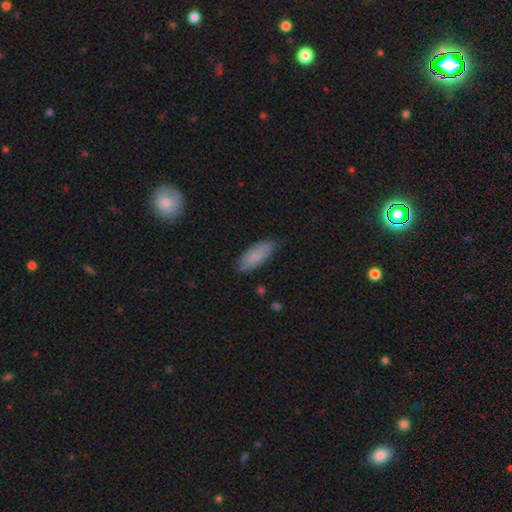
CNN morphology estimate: smooth-or-featured: smooth: 84% | featured or disk: 10% | star or artifact: 6%
  how-rounded: in between: 72% | cigar-shaped: 26% | round: 2%
  merging: none: 81% | minor disturbance: 15% | major disturbance: 3% | merger: 1%